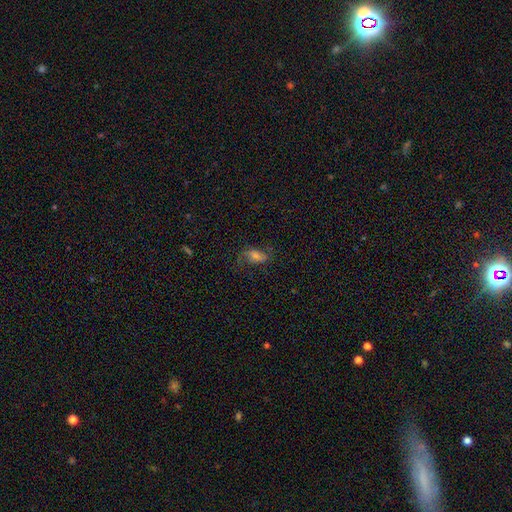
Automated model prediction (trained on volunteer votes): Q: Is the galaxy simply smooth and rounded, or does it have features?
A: featured or disk — 47%.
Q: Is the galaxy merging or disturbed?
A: none — 64%.